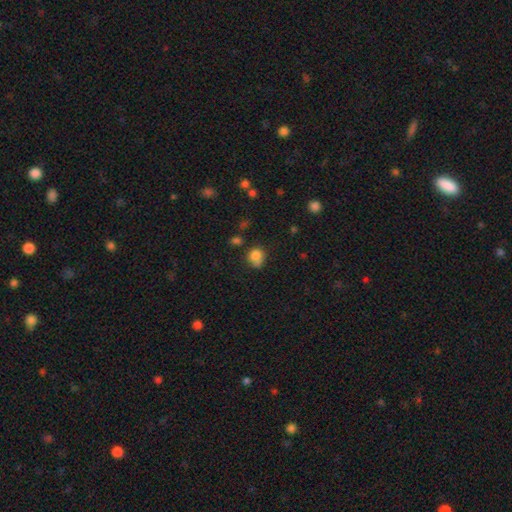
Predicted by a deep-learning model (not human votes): Smooth or featured: smooth — 80% (star or artifact — 11%)
How rounded: round — 73% (in between — 26%)
Merging: none — 50% (minor disturbance — 26%)